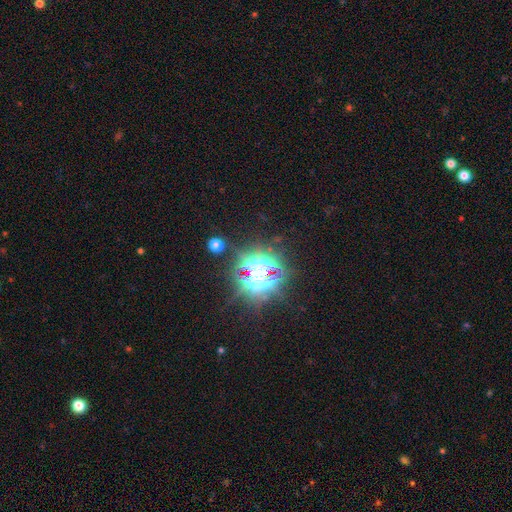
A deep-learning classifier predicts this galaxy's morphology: Smooth or featured: star or artifact — 84% (smooth — 10%)